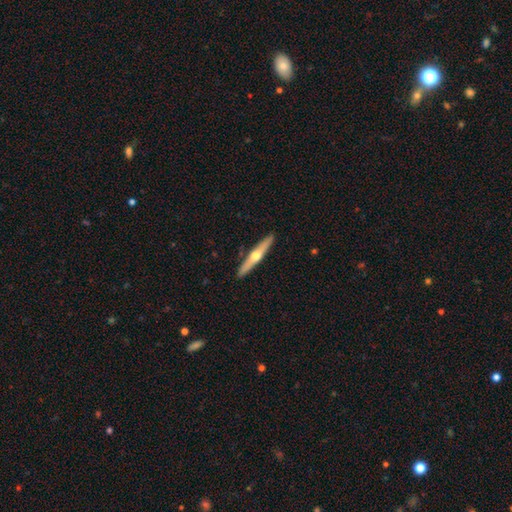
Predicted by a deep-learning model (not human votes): Smooth or featured: featured or disk — 63% (smooth — 32%)
Edge-on disk: yes — 96% (no — 4%)
Edge-on bulge: rounded — 93% (none — 5%)
Merging: none — 92% (minor disturbance — 6%)